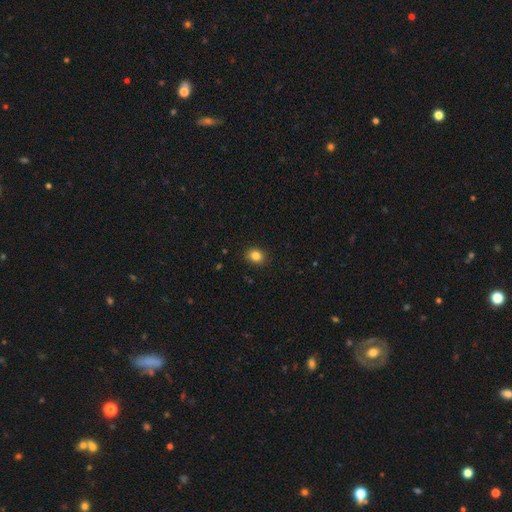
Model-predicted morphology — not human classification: Overall: smooth (83%). How rounded: round (67%; in between 32%). Merging: none (89%).